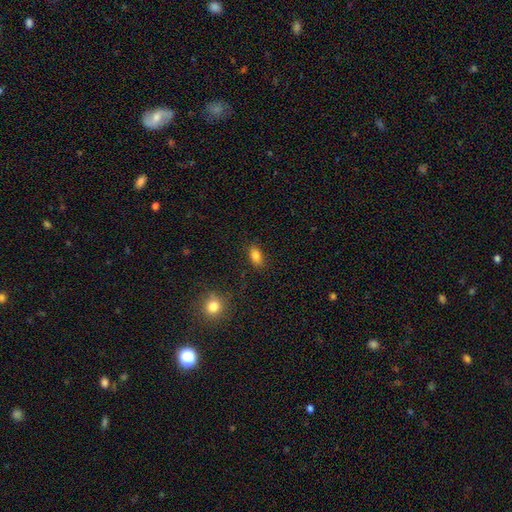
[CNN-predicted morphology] This appears to be a smooth galaxy with no disk features (83%) that is in between round and cigar-shaped (86%). Merging: none (84%).